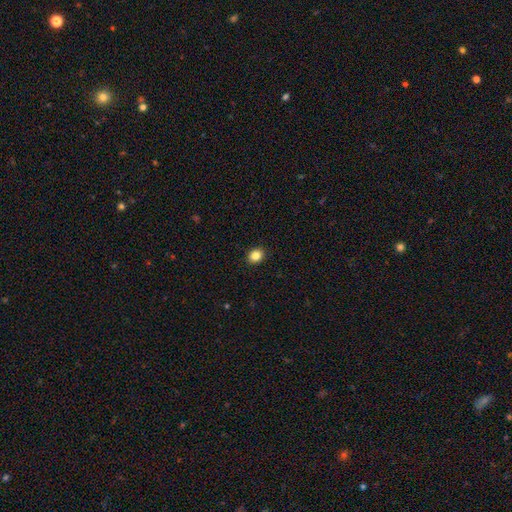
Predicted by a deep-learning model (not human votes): This is clearly a smooth galaxy (85%). How rounded: possibly round (57%). Merging: clearly none (92%).